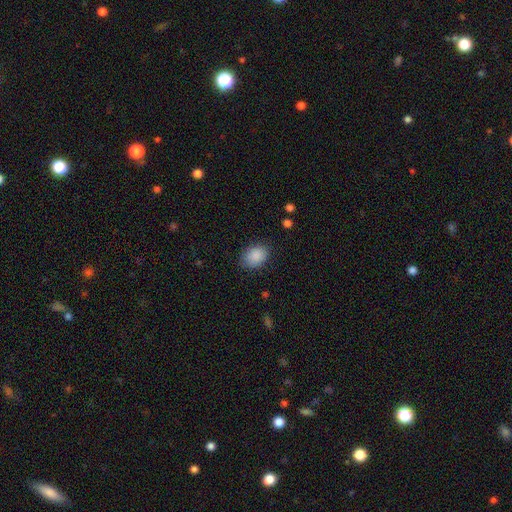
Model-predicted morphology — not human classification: smooth 88%, star or artifact 8%, featured or disk 4%. Down the decision tree: how rounded — in between (68%); merging — none (80%).